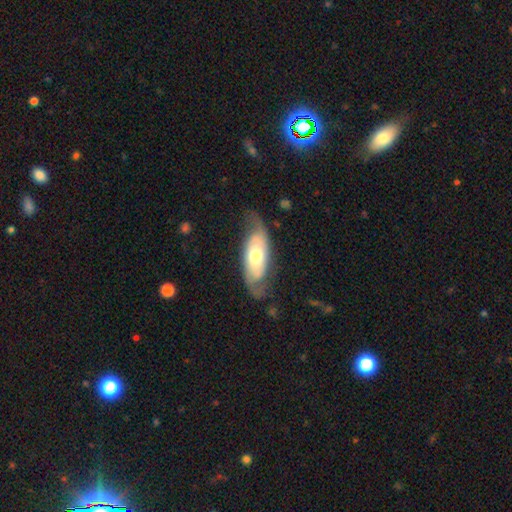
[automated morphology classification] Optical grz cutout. It shows a featured or disk galaxy (69%) with no bar (71%), 2 (82%) medium (39%) spiral arms (85%) and a moderate central bulge (63%). Merging: none (65%).